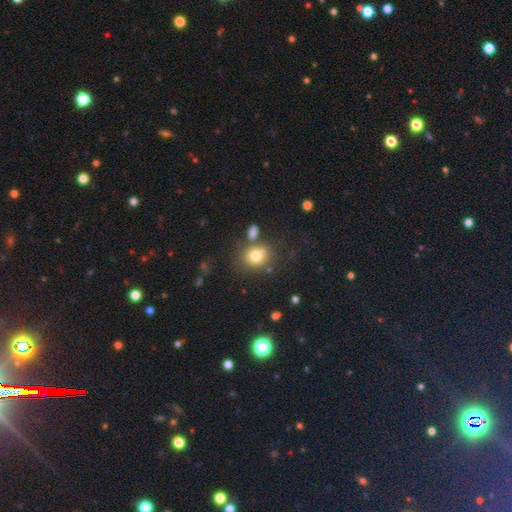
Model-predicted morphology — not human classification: smooth 77%, star or artifact 12%, featured or disk 11%. Down the decision tree: how rounded — round (65%); merging — none (65%).